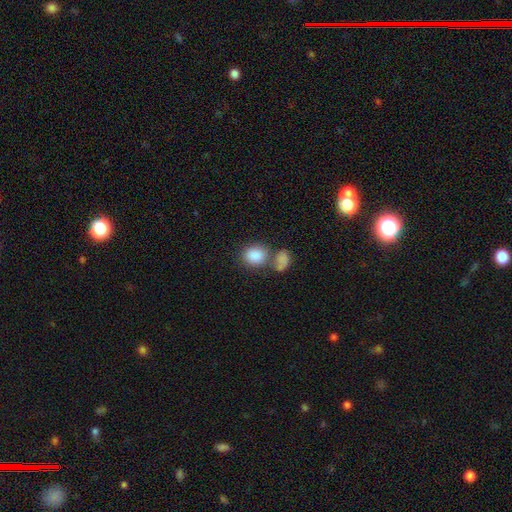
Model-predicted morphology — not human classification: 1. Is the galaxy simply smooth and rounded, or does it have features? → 86% smooth, 7% star or artifact, 7% featured or disk.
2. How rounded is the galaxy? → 55% round, 44% in between, 1% cigar-shaped.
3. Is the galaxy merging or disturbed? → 42% merger, 40% none, 12% minor disturbance, 6% major disturbance.